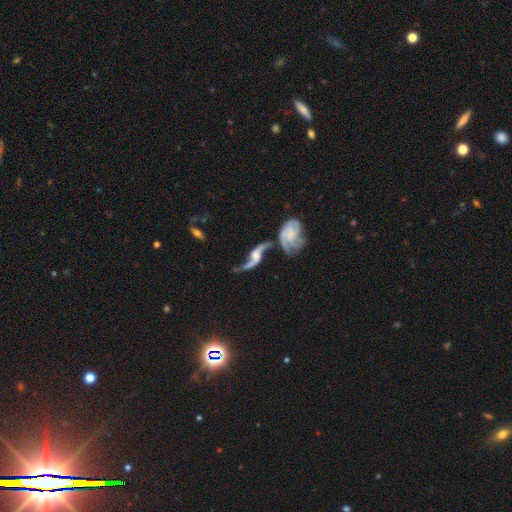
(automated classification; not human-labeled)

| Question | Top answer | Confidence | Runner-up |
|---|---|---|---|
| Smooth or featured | featured or disk | 87% | smooth (7%) |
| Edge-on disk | no | 87% | yes (13%) |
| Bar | no | 50% | weak (36%) |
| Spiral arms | yes | 95% | no (5%) |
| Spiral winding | loose | 85% | medium (11%) |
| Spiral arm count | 2 | 91% | can't tell (3%) |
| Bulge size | moderate | 37% | small (28%) |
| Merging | none | 41% | merger (28%) |